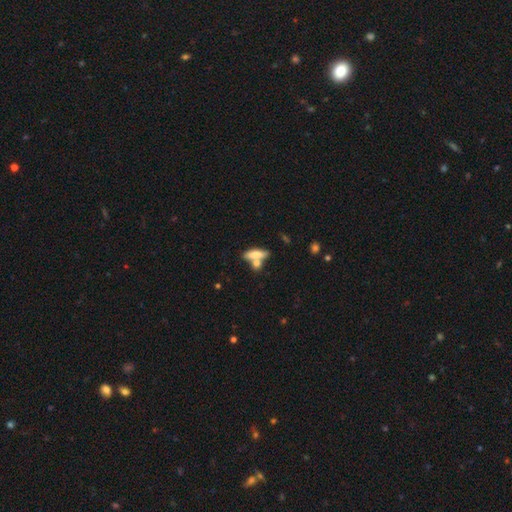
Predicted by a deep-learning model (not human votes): This appears to be a smooth galaxy with no disk features (71%) that is in between round and cigar-shaped (52%). Merging: none (48%).